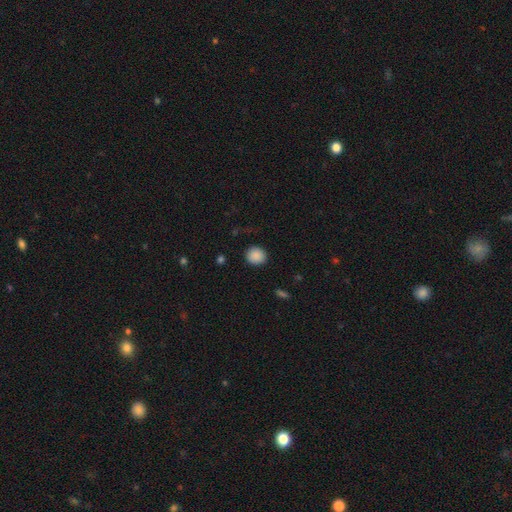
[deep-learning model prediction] Overall: smooth (89%). How rounded: round (87%). Merging: none (89%).